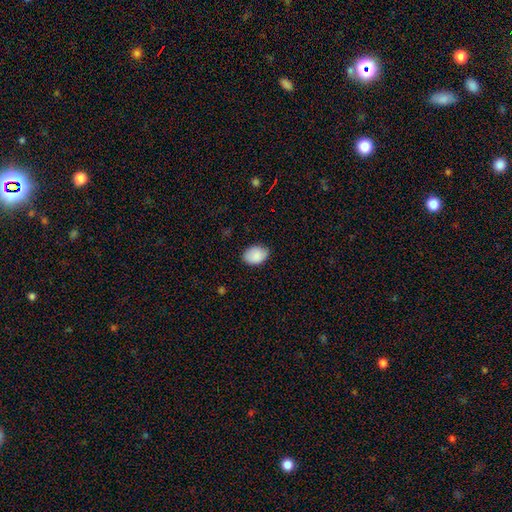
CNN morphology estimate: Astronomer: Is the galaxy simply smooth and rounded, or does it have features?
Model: smooth — 89%.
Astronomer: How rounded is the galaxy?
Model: in between — 83%.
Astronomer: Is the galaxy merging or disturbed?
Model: none — 82%.